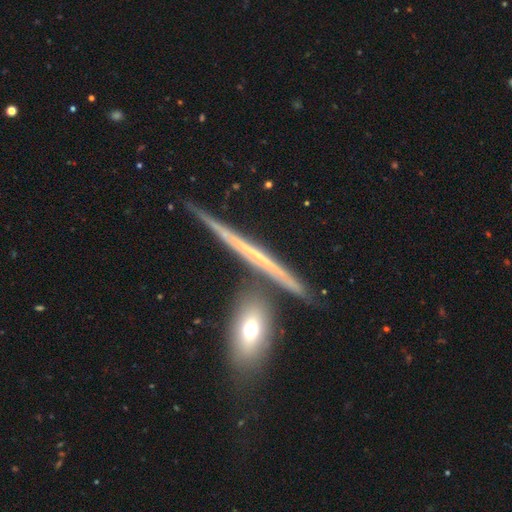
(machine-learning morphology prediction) A featured or disk galaxy (70%) viewed edge-on (95%) with no central bulge (81%). Merging: none (79%).